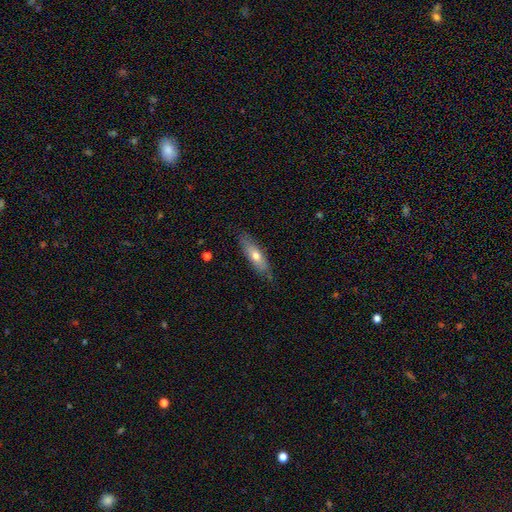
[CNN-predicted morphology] Smooth or featured: smooth — 61% (featured or disk — 33%)
How rounded: cigar-shaped — 53% (in between — 45%)
Merging: none — 78% (minor disturbance — 17%)